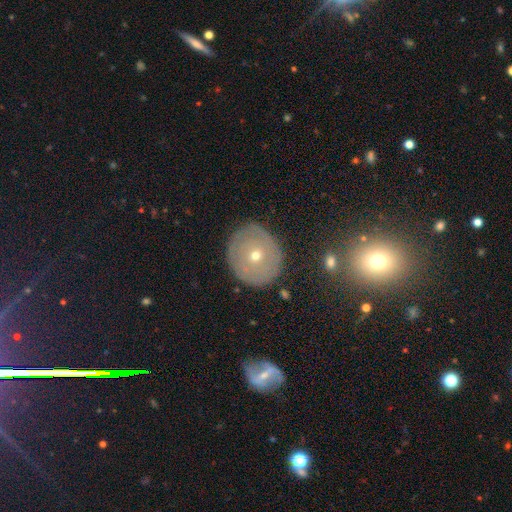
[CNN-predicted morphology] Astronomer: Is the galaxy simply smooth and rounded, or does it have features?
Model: featured or disk — 47% (runner-up: smooth, 43%).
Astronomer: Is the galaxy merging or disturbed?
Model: none — 84%.